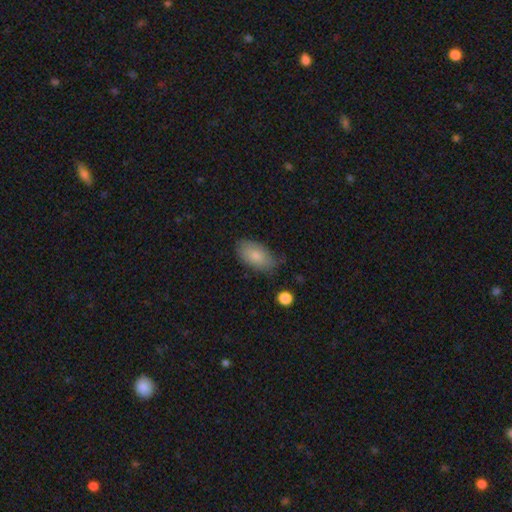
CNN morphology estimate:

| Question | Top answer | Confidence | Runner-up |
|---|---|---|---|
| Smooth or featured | smooth | 79% | featured or disk (14%) |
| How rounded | in between | 93% | round (5%) |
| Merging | none | 66% | minor disturbance (27%) |